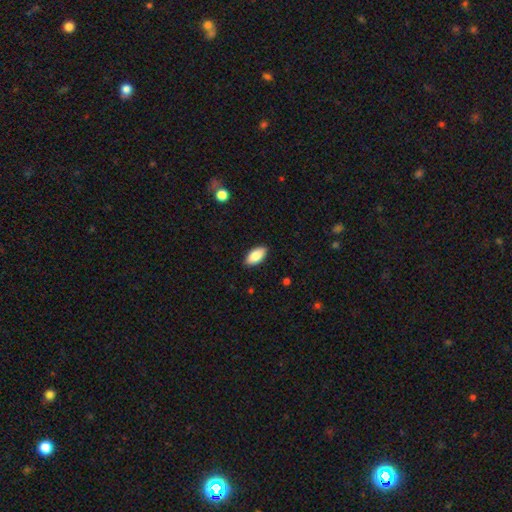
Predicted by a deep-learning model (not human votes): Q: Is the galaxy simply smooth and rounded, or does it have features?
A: smooth — 86%.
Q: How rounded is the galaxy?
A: in between — 93%.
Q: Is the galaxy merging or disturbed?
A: none — 89%.